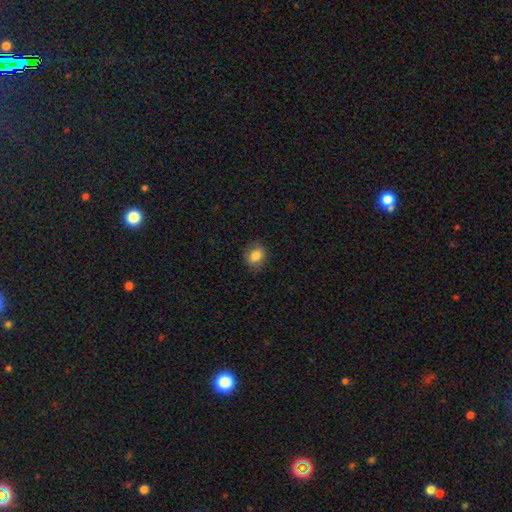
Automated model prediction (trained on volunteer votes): smooth-or-featured: smooth: 83% | star or artifact: 9% | featured or disk: 8%
  how-rounded: round: 50% | in between: 49% | cigar-shaped: 1%
  merging: none: 86% | minor disturbance: 11% | major disturbance: 3% | merger: 1%